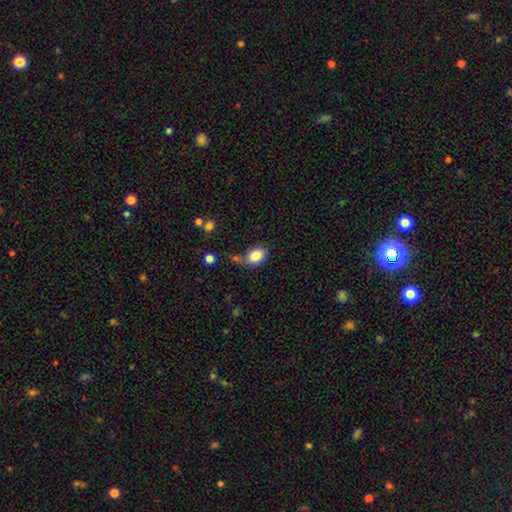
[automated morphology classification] type=smooth (85%); roundness=in between (80%); merging=none (59%).